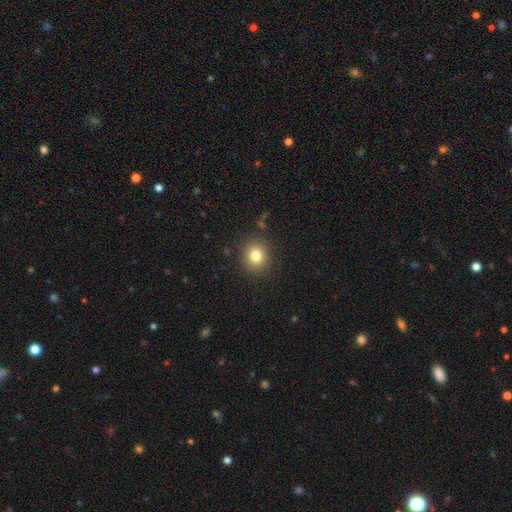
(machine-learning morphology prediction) This appears to be a smooth galaxy with no disk features (80%) that is round (76%). Merging: none (87%).